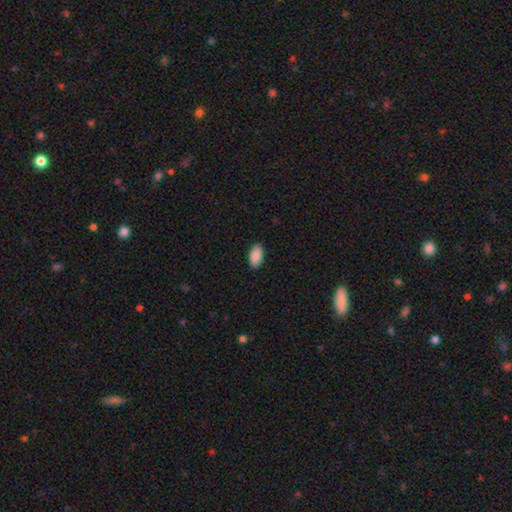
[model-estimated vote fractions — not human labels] This is clearly a smooth galaxy (90%). How rounded: clearly in between (95%). Merging: clearly none (89%).